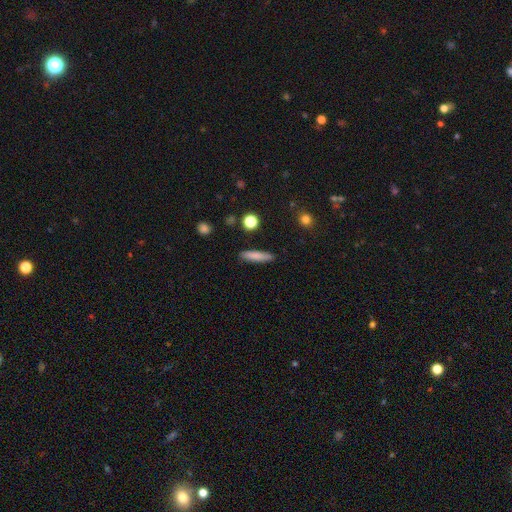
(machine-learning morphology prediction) A smooth galaxy with no disk features (81%) that is cigar-shaped (83%).

Vote fractions:
- Smooth or featured? smooth: 81% / featured or disk: 12% / star or artifact: 7%
- How rounded? cigar-shaped: 83% / in between: 15% / round: 2%
- Merging? none: 88% / minor disturbance: 9% / major disturbance: 2% / merger: 2%